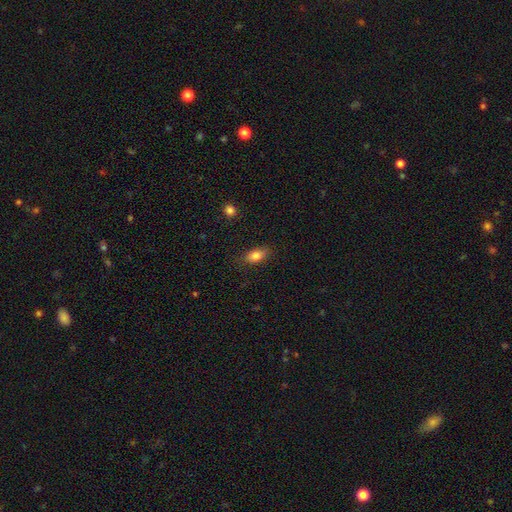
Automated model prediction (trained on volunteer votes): The model was most divided on "merging": none: 82%, minor disturbance: 13%, major disturbance: 3%, merger: 1%. More confident: how rounded — in between (86%); smooth or featured — smooth (82%).